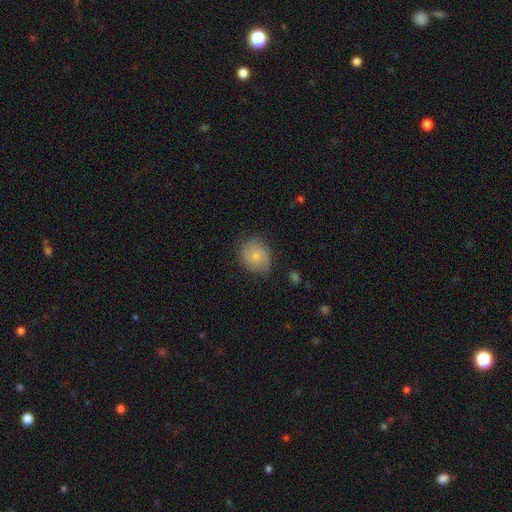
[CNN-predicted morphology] Smooth or featured?
  - smooth: 64% *
  - featured or disk: 29%
  - star or artifact: 7%
How rounded?
  - round: 64% *
  - in between: 35%
  - cigar-shaped: 1%
Merging?
  - none: 72% *
  - minor disturbance: 22%
  - major disturbance: 5%
  - merger: 1%